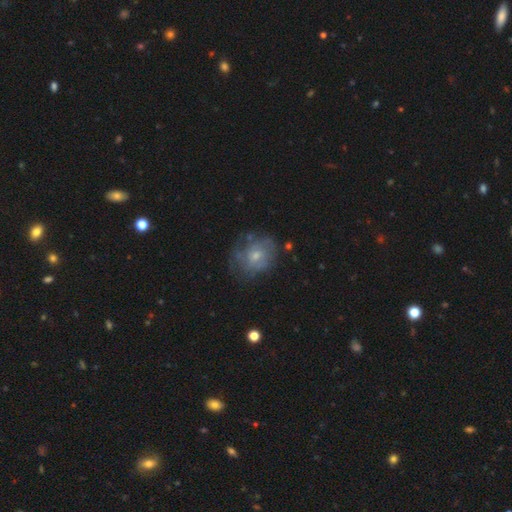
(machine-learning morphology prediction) Overall: featured or disk (51%; smooth 36%). Edge-on disk: no (97%). Merging: none (65%).